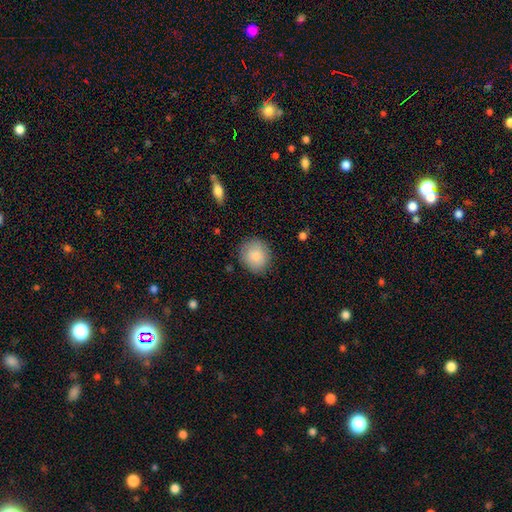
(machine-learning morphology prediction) Smooth or featured?
  - smooth: 87% *
  - star or artifact: 7%
  - featured or disk: 6%
How rounded?
  - round: 82% *
  - in between: 17%
  - cigar-shaped: 1%
Merging?
  - none: 86% *
  - minor disturbance: 10%
  - major disturbance: 3%
  - merger: 1%